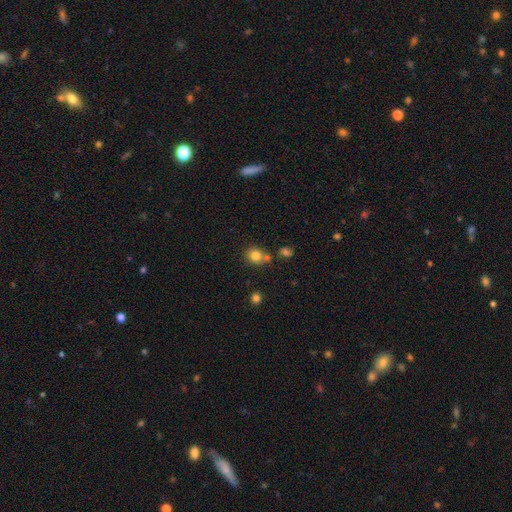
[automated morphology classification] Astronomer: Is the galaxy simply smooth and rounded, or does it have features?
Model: smooth — 80%.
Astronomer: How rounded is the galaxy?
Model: round — 78%.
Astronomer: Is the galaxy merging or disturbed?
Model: none — 63%.